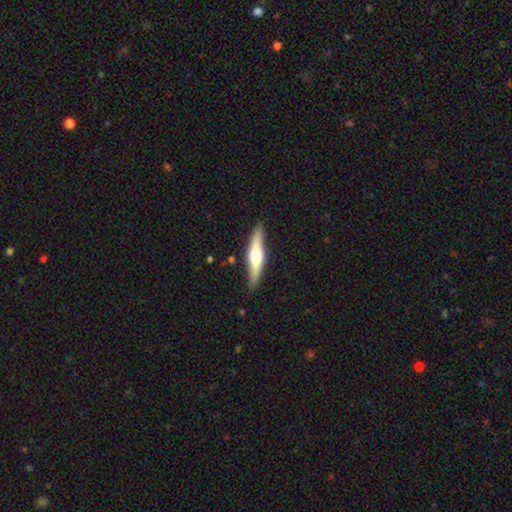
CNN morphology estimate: Q: Smooth or featured?
A: featured or disk (56%); runner-up: smooth (39%)
Q: Edge-on disk?
A: yes (91%); runner-up: no (9%)
Q: Edge-on bulge?
A: rounded (89%); runner-up: boxy (6%)
Q: Merging?
A: none (86%); runner-up: minor disturbance (11%)